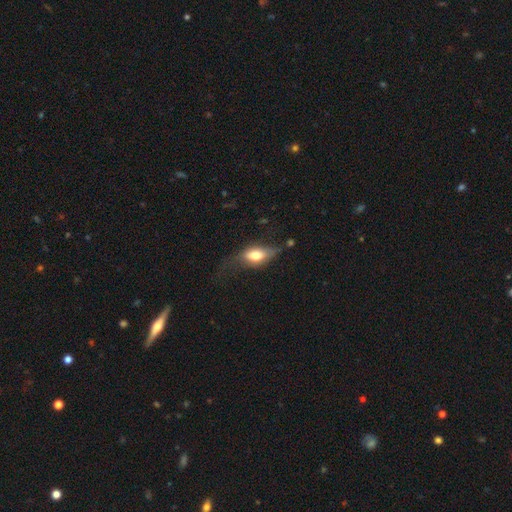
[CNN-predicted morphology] Overall: smooth (60%; featured or disk 32%). How rounded: in between (81%). Merging: none (42%; minor disturbance 30%).